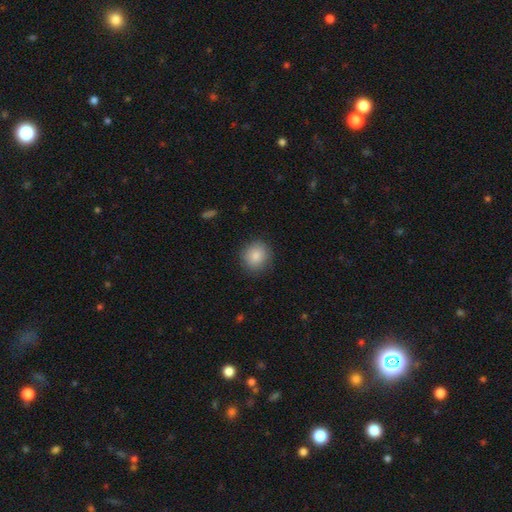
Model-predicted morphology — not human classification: Overall: smooth (86%). How rounded: round (86%). Merging: none (86%).